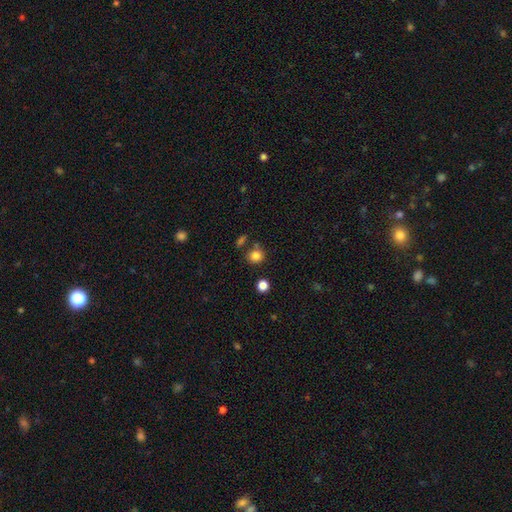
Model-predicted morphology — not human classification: Q: Smooth or featured?
A: smooth (82%); runner-up: star or artifact (12%)
Q: How rounded?
A: round (84%); runner-up: in between (15%)
Q: Merging?
A: none (75%); runner-up: minor disturbance (11%)